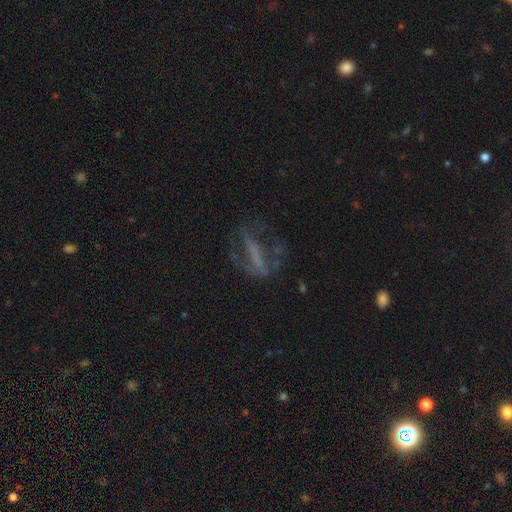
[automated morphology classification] Smooth or featured? Predicted: featured or disk (p=0.56). Edge-on disk? Predicted: no (p=0.79). Merging? Predicted: none (p=0.46).